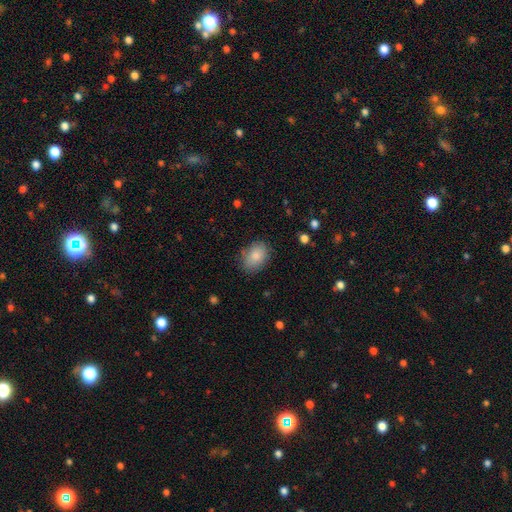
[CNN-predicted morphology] A smooth galaxy with no disk features (85%) that is in between round and cigar-shaped (79%). Merging: none (80%).